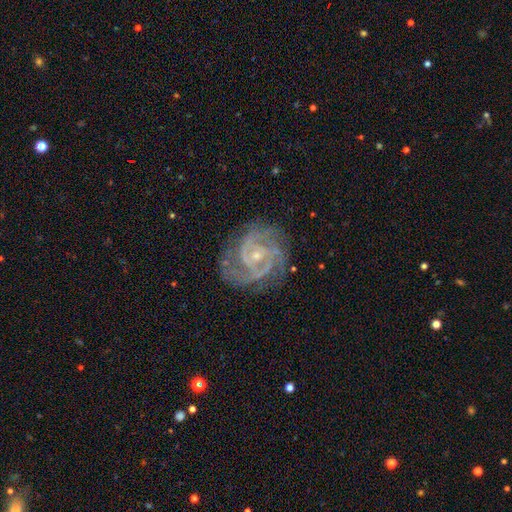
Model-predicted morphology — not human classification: A featured or disk galaxy (91%) with no bar (54%), 2 (44%) tight (58%) spiral arms (98%) and a small central bulge (76%).

Vote fractions:
- Smooth or featured? featured or disk: 91% / star or artifact: 6% / smooth: 3%
- Edge-on disk? no: 98% / yes: 2%
- Bar? no: 54% / weak: 35% / strong: 11%
- Spiral arms? yes: 98% / no: 2%
- Spiral winding? tight: 58% / medium: 38% / loose: 5%
- Spiral arm count? 2: 44% / 3: 28% / can't tell: 10% / 4: 8% / more than 4: 5% / 1: 5%
- Bulge size? small: 76% / moderate: 20% / none: 2% / large: 1% / dominant: 1%
- Merging? none: 75% / minor disturbance: 17% / major disturbance: 6% / merger: 1%